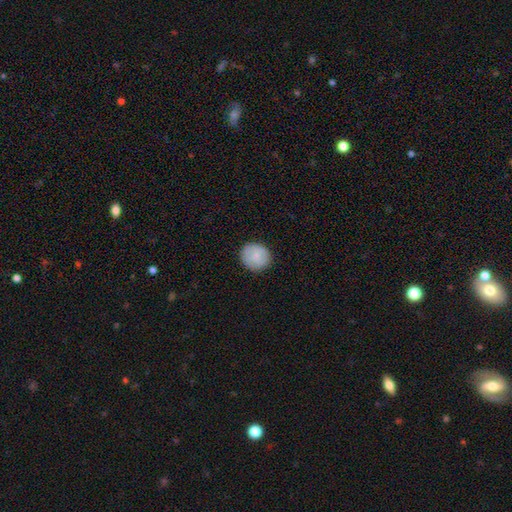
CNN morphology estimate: Smooth or featured? Predicted: smooth (p=0.78). How rounded? Predicted: round (p=0.87). Merging? Predicted: none (p=0.87).